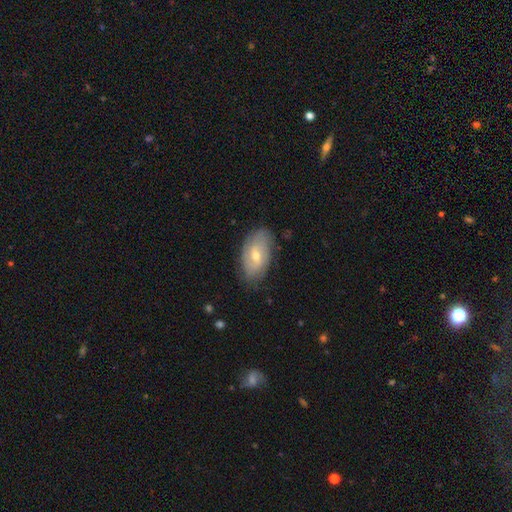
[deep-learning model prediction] Smooth or featured: featured or disk — 55% (smooth — 39%)
Edge-on disk: no — 92% (yes — 8%)
Bar: weak — 46% (no — 45%)
Spiral arms: yes — 75% (no — 25%)
Bulge size: moderate — 55% (small — 41%)
Merging: none — 77% (minor disturbance — 18%)